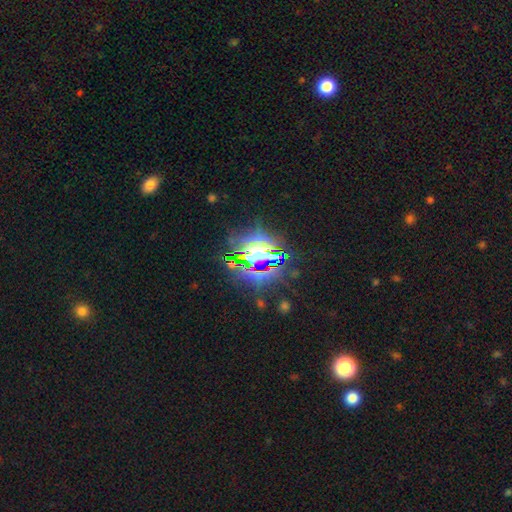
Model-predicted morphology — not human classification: Q: Smooth or featured?
A: star or artifact (77%); runner-up: featured or disk (12%)